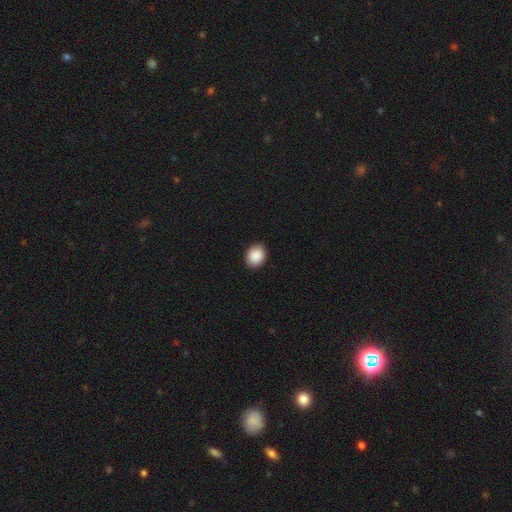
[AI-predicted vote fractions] This appears to be a smooth galaxy with no disk features (90%) that is round (52%). Merging: none (90%).